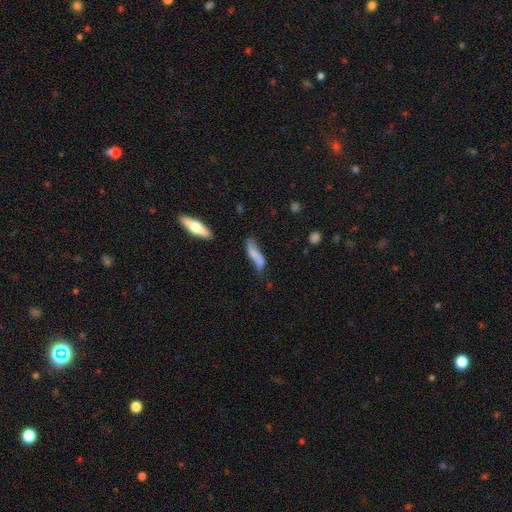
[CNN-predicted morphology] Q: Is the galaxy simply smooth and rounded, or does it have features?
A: smooth — 54%.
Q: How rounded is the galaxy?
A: cigar-shaped — 61%.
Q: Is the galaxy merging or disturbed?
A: none — 48%.